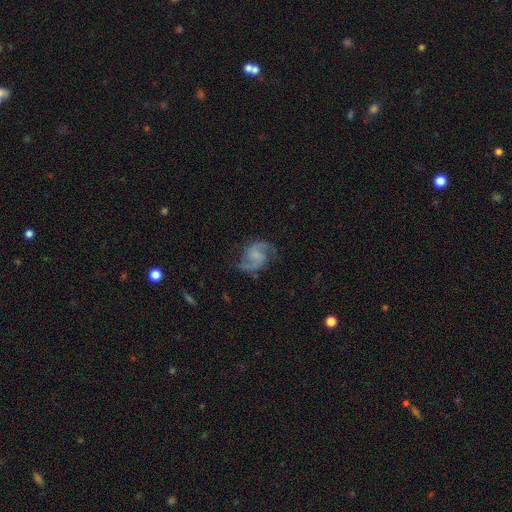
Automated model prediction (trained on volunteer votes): smooth_or_featured: featured or disk (p=0.87) [alt: smooth p=0.08]
disk_edge_on: no (p=0.98) [alt: yes p=0.02]
bar: no (p=0.57) [alt: weak p=0.36]
has_spiral_arms: yes (p=0.97) [alt: no p=0.03]
spiral_winding: medium (p=0.51) [alt: loose p=0.35]
spiral_arm_count: 2 (p=0.93) [alt: can't tell p=0.02]
bulge_size: small (p=0.40) [alt: none p=0.37]
merging: none (p=0.76) [alt: minor disturbance p=0.16]